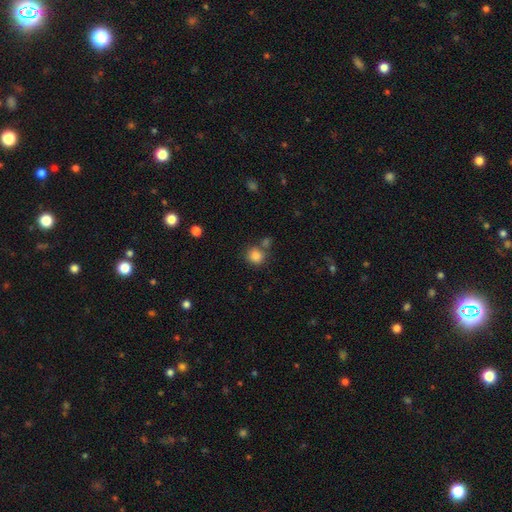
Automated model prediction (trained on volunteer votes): A smooth galaxy with no disk features (84%) that is round (86%).

Vote fractions:
- Smooth or featured? smooth: 84% / star or artifact: 11% / featured or disk: 5%
- How rounded? round: 86% / in between: 13% / cigar-shaped: 1%
- Merging? none: 67% / merger: 18% / minor disturbance: 11% / major disturbance: 4%